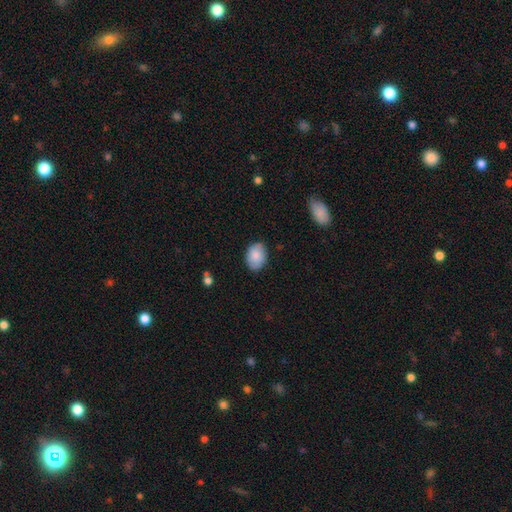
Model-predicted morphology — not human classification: smooth 83%, featured or disk 10%, star or artifact 7%. Down the decision tree: how rounded — in between (77%); merging — none (82%).